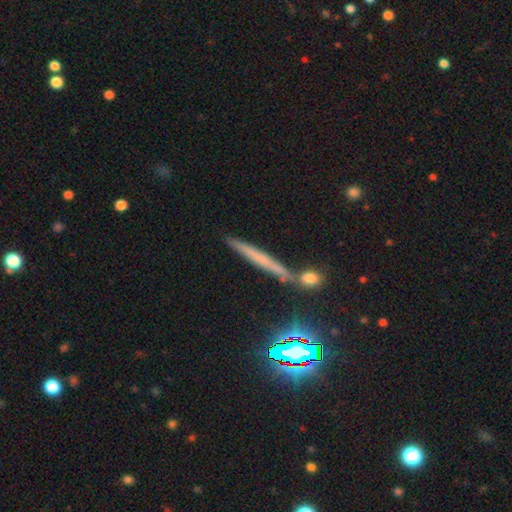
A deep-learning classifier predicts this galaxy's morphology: Smooth or featured? smooth (49%)
Merging? none (74%)